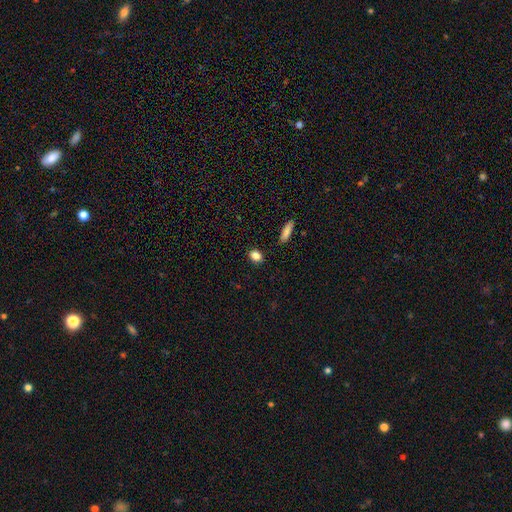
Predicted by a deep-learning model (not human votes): smooth_or_featured: smooth (p=0.84) [alt: star or artifact p=0.10]
how_rounded: in between (p=0.58) [alt: round p=0.39]
merging: none (p=0.87) [alt: minor disturbance p=0.09]